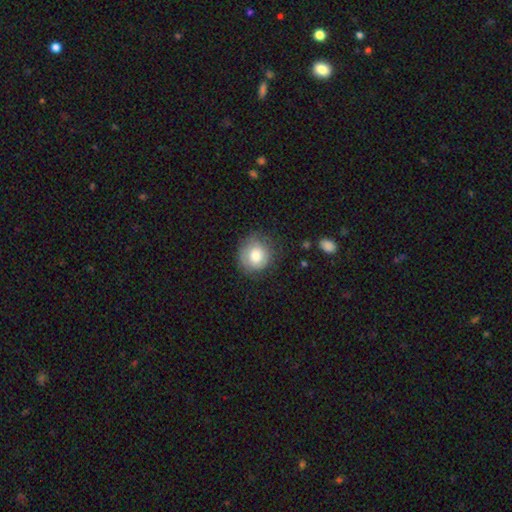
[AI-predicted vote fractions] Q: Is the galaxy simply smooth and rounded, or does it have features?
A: smooth — 77%.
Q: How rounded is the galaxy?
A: round — 86%.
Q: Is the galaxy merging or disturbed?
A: none — 73%.